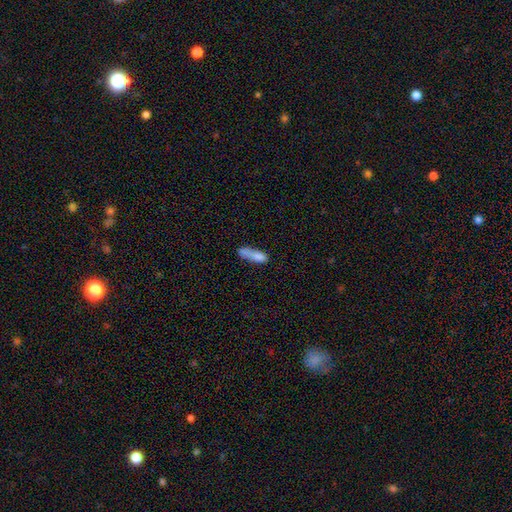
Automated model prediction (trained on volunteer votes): Smooth or featured: smooth — 78% (featured or disk — 14%)
How rounded: cigar-shaped — 53% (in between — 45%)
Merging: none — 37% (merger — 27%)